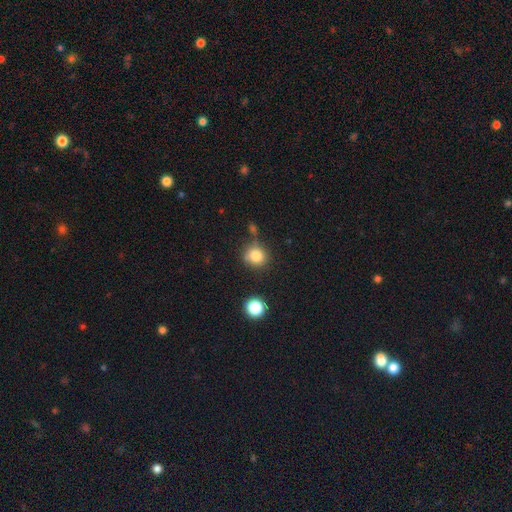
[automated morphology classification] smooth-or-featured: smooth: 82% | star or artifact: 12% | featured or disk: 7%
  how-rounded: round: 88% | in between: 11% | cigar-shaped: 1%
  merging: none: 73% | minor disturbance: 14% | merger: 9% | major disturbance: 4%